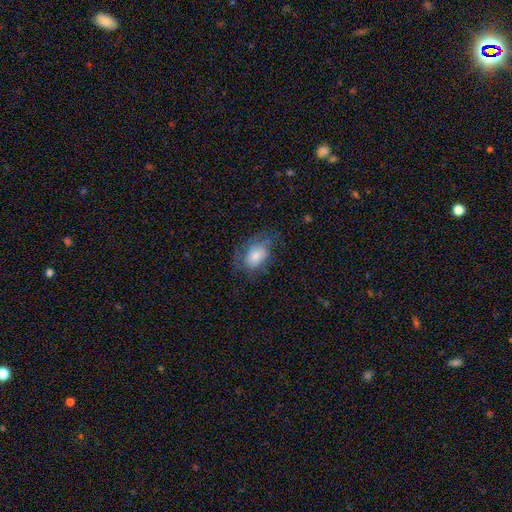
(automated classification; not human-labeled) The model was most divided on "merging": none: 54%, minor disturbance: 26%, major disturbance: 18%, merger: 1%. More confident: how rounded — in between (80%); smooth or featured — smooth (71%).